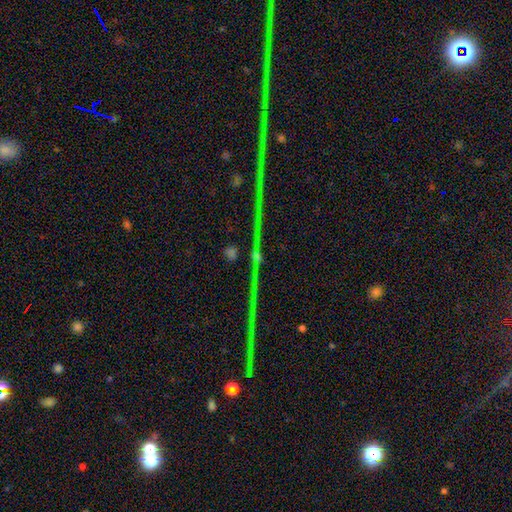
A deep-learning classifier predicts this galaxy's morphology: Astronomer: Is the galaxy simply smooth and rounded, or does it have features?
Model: star or artifact — 84%.